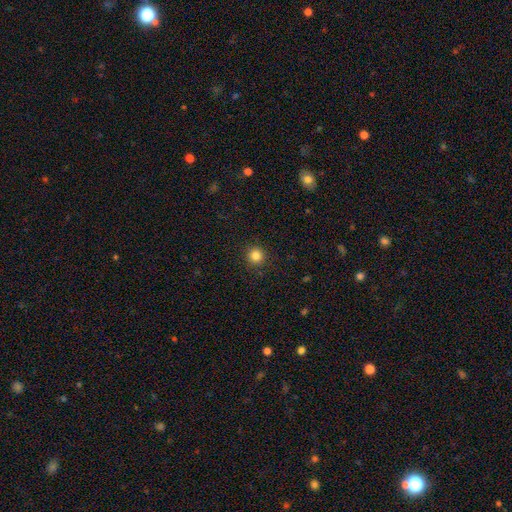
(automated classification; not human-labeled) This appears to be a smooth galaxy with no disk features (83%) that is round (95%). Merging: none (91%).